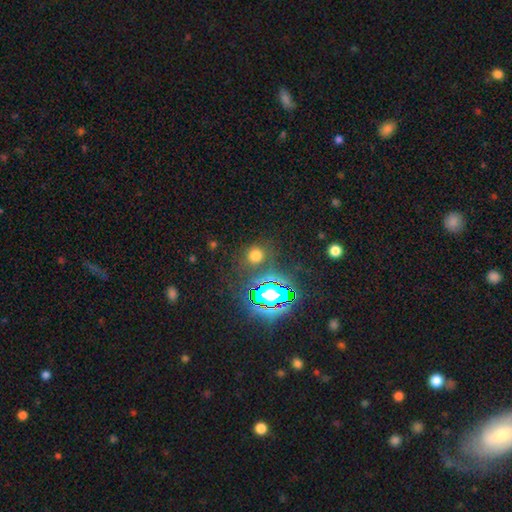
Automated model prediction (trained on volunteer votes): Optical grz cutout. It shows a smooth galaxy with no disk features (61%) that is round (85%). Merging: none (82%).